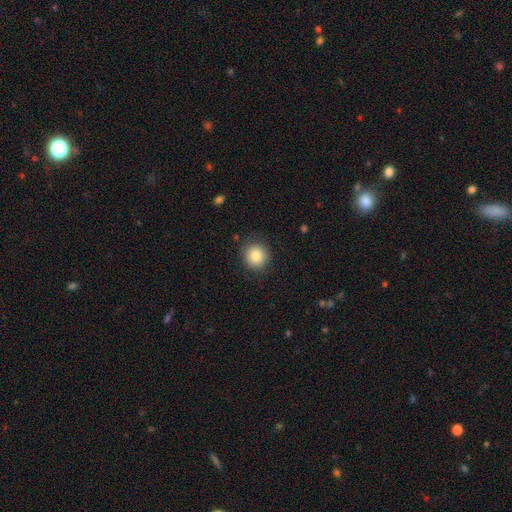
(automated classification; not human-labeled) smooth 84%, star or artifact 9%, featured or disk 6%. Down the decision tree: how rounded — round (90%); merging — none (87%).